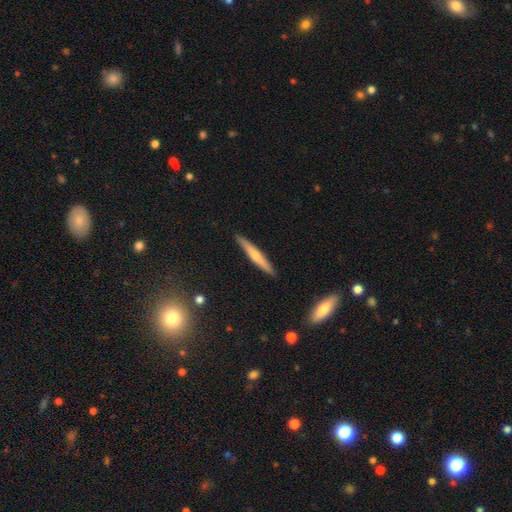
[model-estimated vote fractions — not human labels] Smooth or featured: smooth — 54% (featured or disk — 40%)
How rounded: cigar-shaped — 95% (in between — 4%)
Merging: none — 91% (minor disturbance — 7%)